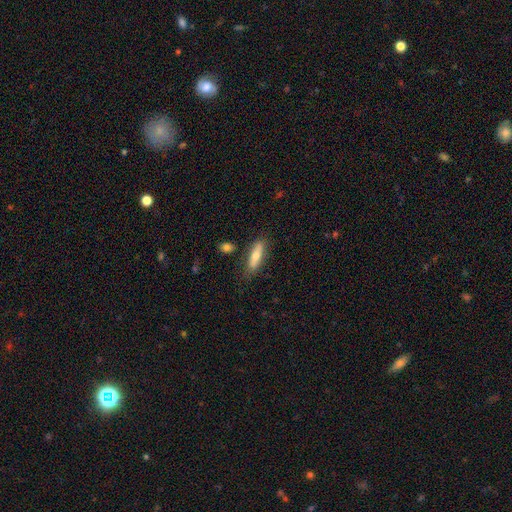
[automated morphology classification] type=smooth (68%); roundness=cigar-shaped (65%); merging=none (78%).